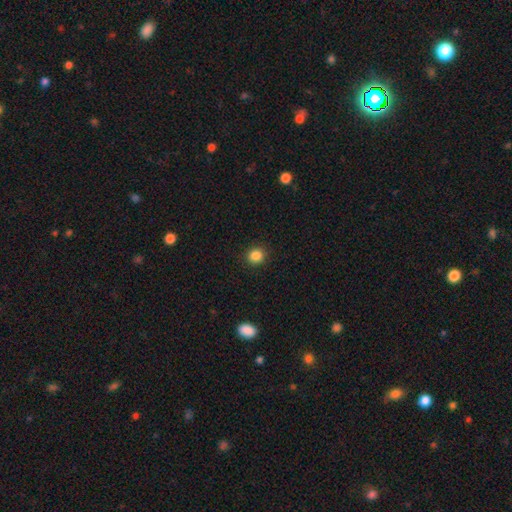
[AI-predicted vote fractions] A smooth galaxy with no disk features (85%) that is round (85%). Merging: none (91%).